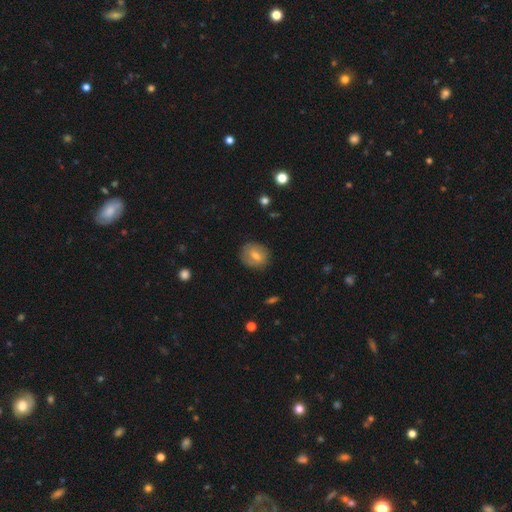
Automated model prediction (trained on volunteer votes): Q: Smooth or featured?
A: smooth (62%); runner-up: featured or disk (28%)
Q: How rounded?
A: round (71%); runner-up: in between (28%)
Q: Merging?
A: none (85%); runner-up: minor disturbance (11%)